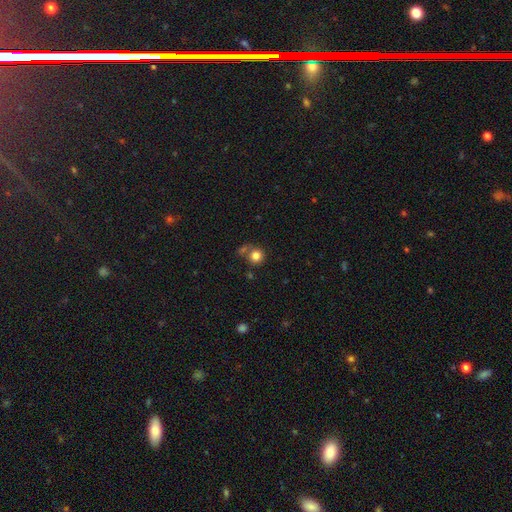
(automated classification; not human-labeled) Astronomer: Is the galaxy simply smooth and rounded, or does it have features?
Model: smooth — 82%.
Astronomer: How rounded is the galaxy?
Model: round — 90%.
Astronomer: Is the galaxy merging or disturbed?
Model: none — 62%.